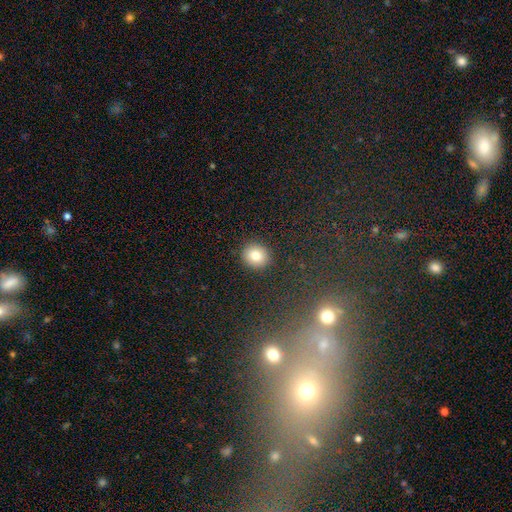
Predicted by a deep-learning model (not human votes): Smooth or featured? smooth (80%)
How rounded? round (85%)
Merging? none (91%)